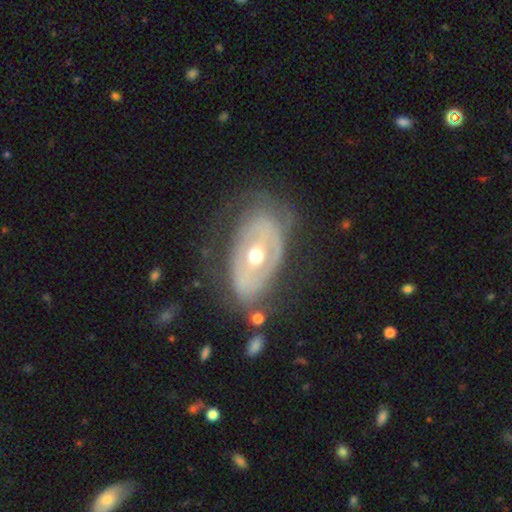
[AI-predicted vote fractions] Smooth or featured?
  - featured or disk: 73% *
  - smooth: 21%
  - star or artifact: 6%
Edge-on disk?
  - no: 92% *
  - yes: 8%
Bar?
  - no: 60% *
  - weak: 24%
  - strong: 16%
Spiral arms?
  - no: 57% *
  - yes: 43%
Bulge size?
  - moderate: 68% *
  - small: 26%
  - large: 4%
  - dominant: 1%
  - none: 1%
Merging?
  - none: 64% *
  - minor disturbance: 21%
  - major disturbance: 13%
  - merger: 3%